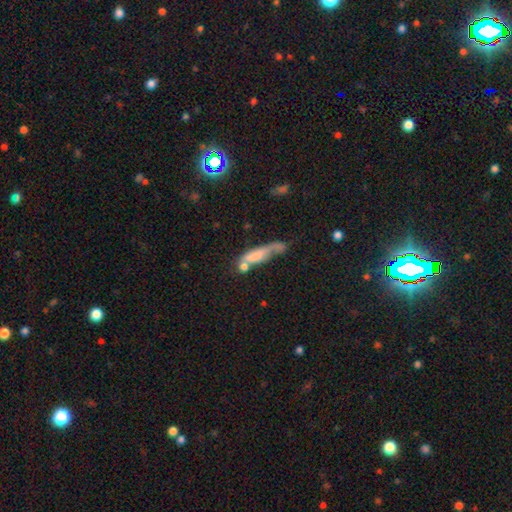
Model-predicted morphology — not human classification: This is likely a smooth galaxy (61%). How rounded: likely cigar-shaped (68%). Merging: marginally merger (30%).